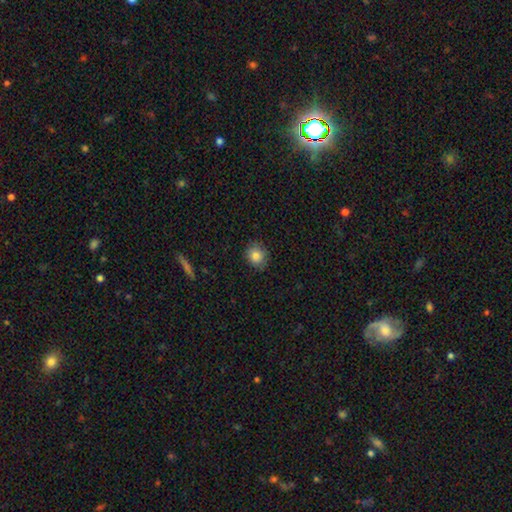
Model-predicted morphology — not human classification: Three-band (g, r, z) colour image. It shows a smooth galaxy with no disk features (83%) that is round (77%). Merging: none (85%).